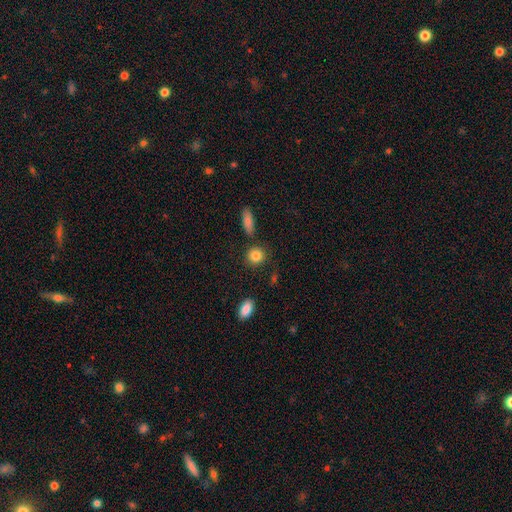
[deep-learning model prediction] This is clearly a smooth galaxy (85%). How rounded: clearly round (83%). Merging: clearly none (83%).